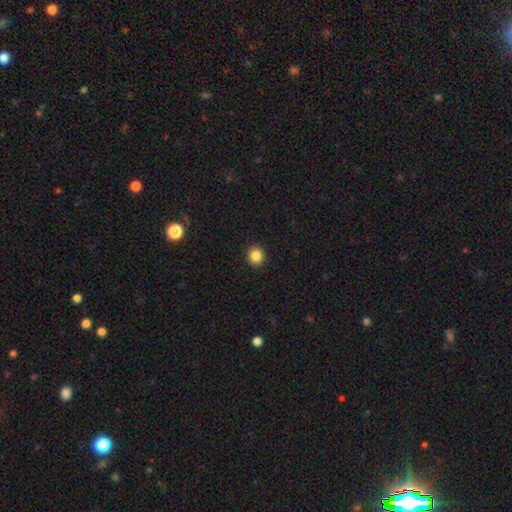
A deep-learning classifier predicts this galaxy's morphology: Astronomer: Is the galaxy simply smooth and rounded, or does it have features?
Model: smooth — 86%.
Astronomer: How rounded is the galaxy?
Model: round — 82%.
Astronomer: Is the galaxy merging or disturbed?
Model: none — 92%.